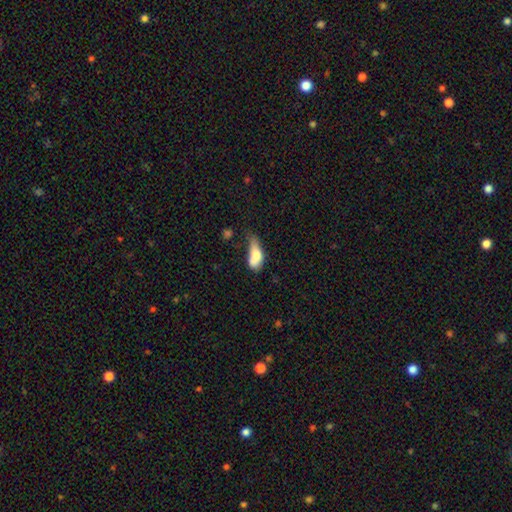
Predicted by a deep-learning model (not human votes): Morphology: type=smooth (69%); roundness=in between (79%); merging=minor disturbance (32%).